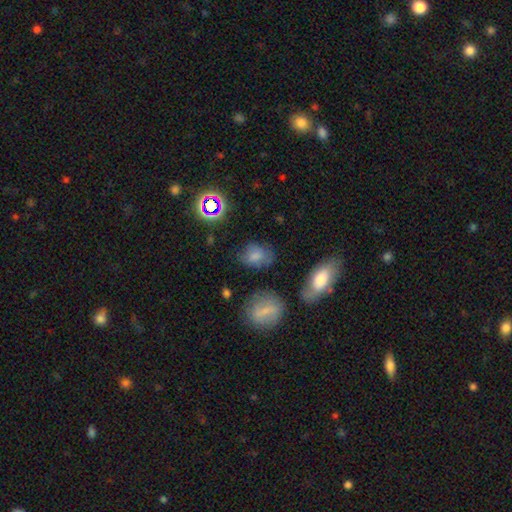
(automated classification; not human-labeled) This appears to be a smooth galaxy with no disk features (70%) that is in between round and cigar-shaped (64%). Merging: none (62%).